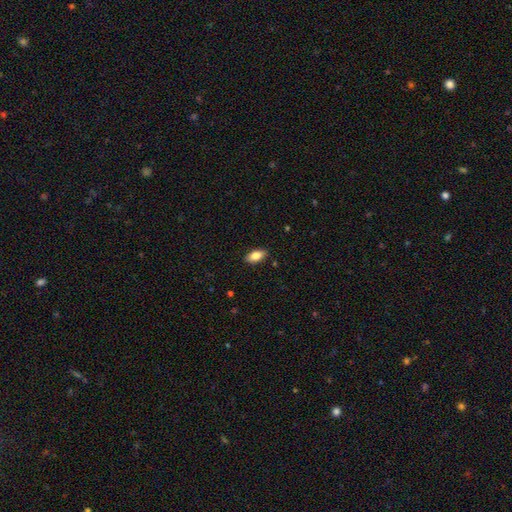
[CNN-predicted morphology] Overall: smooth (81%). How rounded: in between (89%). Merging: none (88%).